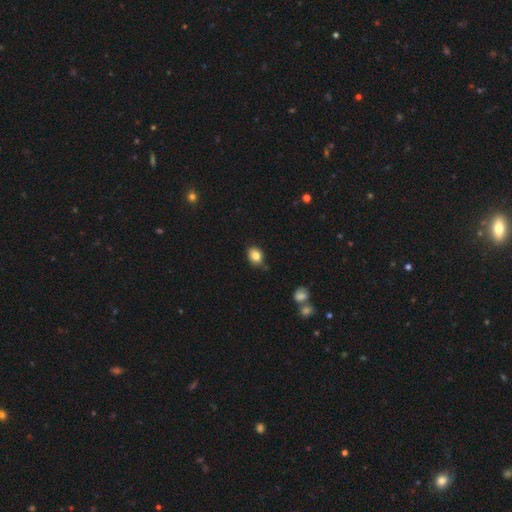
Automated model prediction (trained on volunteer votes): This is clearly a smooth galaxy (83%). How rounded: possibly in between (58%). Merging: likely none (72%).